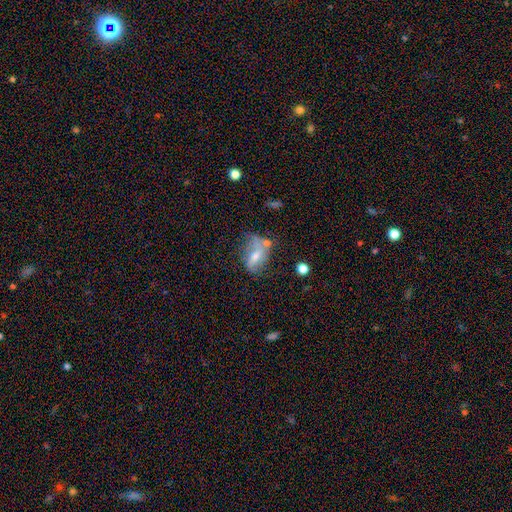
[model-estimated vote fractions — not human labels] Smooth or featured? smooth (46%)
Merging? none (37%)